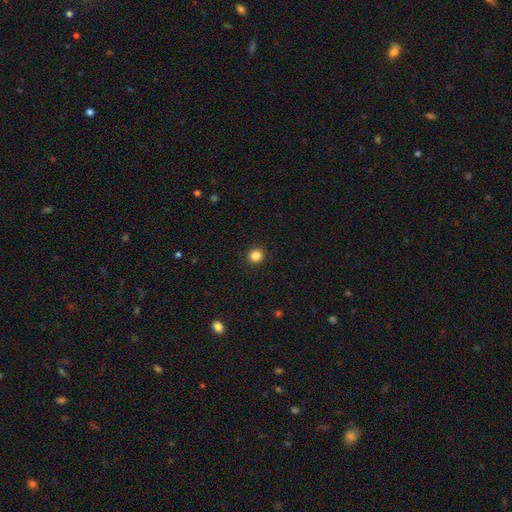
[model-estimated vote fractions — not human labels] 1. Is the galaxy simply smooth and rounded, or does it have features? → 85% smooth, 11% star or artifact, 4% featured or disk.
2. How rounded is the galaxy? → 93% round, 6% in between, 1% cigar-shaped.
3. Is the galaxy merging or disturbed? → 92% none, 5% minor disturbance, 2% major disturbance, 1% merger.